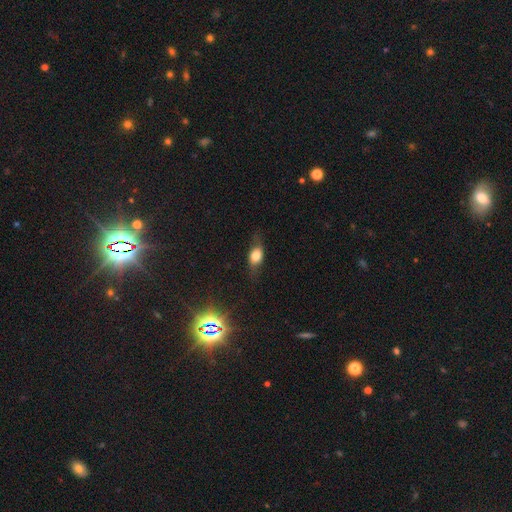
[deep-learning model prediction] Q: Smooth or featured?
A: smooth (65%); runner-up: featured or disk (23%)
Q: How rounded?
A: in between (73%); runner-up: round (17%)
Q: Merging?
A: none (68%); runner-up: minor disturbance (22%)